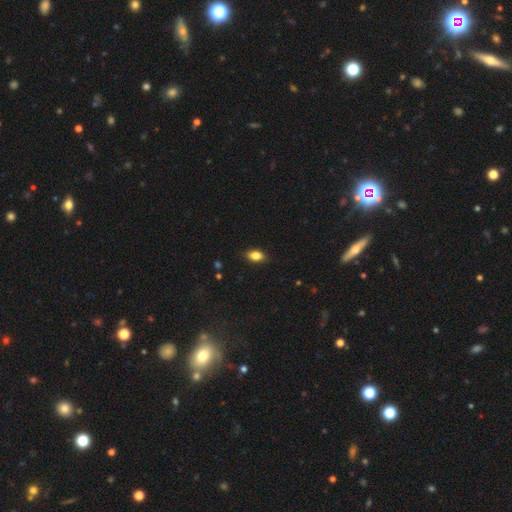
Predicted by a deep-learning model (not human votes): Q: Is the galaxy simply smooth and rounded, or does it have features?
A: smooth — 85%.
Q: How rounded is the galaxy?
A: in between — 88%.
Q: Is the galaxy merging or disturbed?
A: none — 87%.